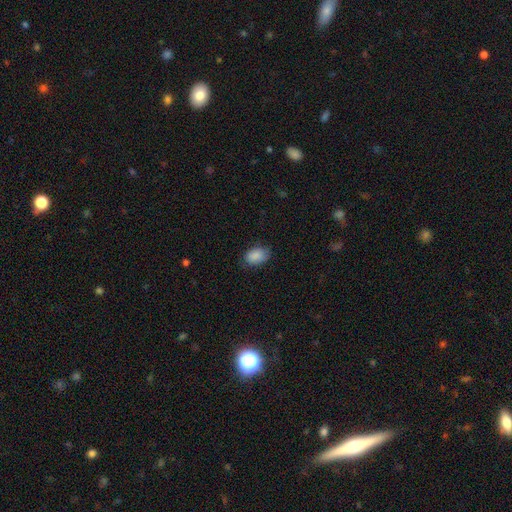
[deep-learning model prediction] smooth_or_featured: smooth (p=0.87) [alt: star or artifact p=0.07]
how_rounded: in between (p=0.88) [alt: round p=0.11]
merging: none (p=0.75) [alt: minor disturbance p=0.20]